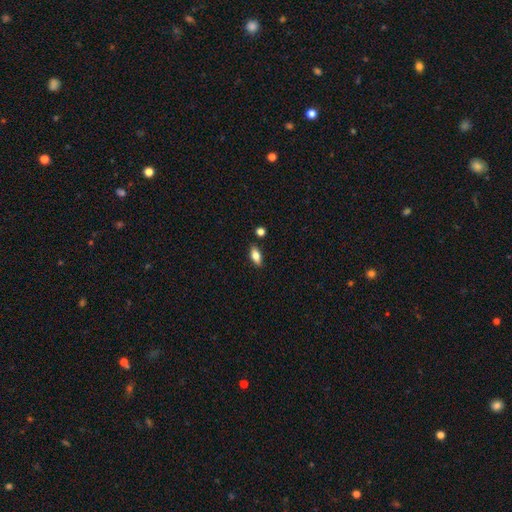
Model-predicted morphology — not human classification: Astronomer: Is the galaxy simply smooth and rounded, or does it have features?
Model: smooth — 74%.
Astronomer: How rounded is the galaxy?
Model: in between — 84%.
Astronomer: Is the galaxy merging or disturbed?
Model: none — 85%.